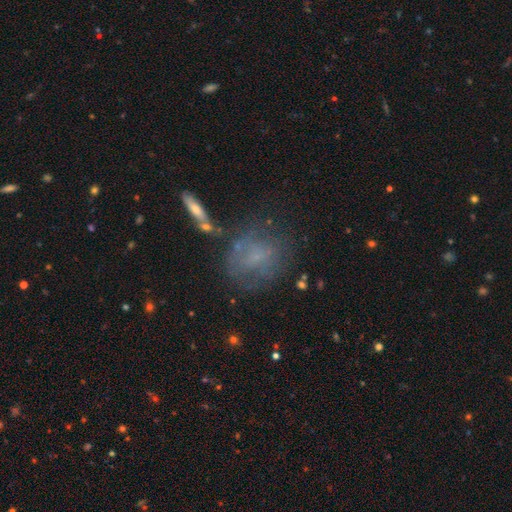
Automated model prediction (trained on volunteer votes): This appears to be a smooth galaxy with no disk features (46%). Merging: none (56%).